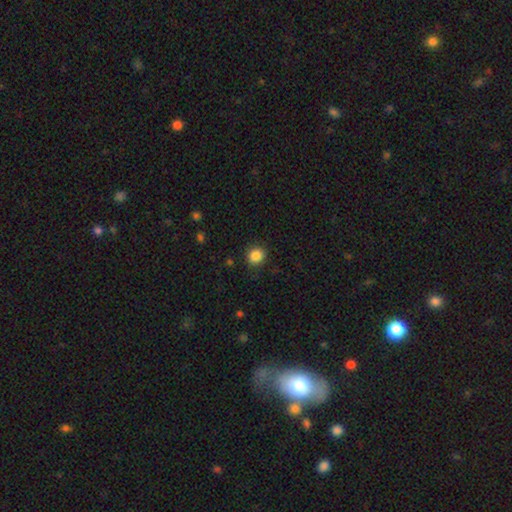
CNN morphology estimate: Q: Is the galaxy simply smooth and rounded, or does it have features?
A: smooth — 86%.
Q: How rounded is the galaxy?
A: round — 84%.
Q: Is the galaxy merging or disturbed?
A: none — 88%.